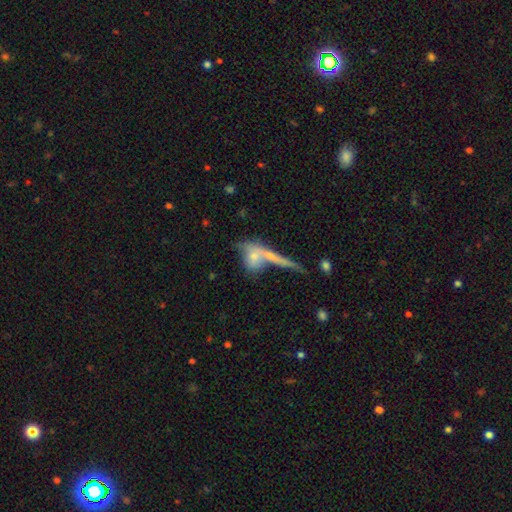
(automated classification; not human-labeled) The model was most divided on "how rounded": in between: 41%, round: 39%, cigar-shaped: 20%. Remaining: smooth or featured — smooth (60%); merging — merger (45%).